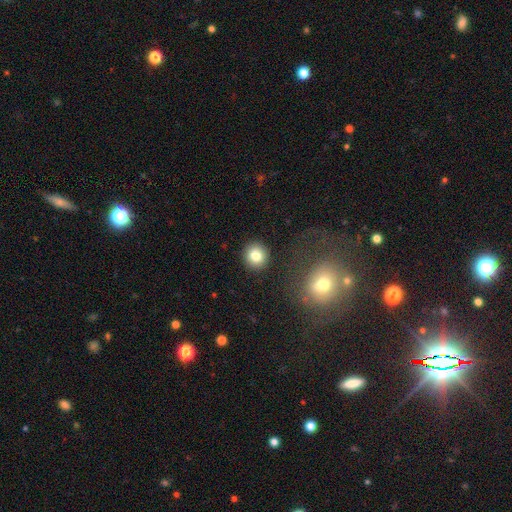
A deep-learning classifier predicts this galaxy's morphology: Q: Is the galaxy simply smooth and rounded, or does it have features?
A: smooth — 81%.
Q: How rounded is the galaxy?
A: round — 91%.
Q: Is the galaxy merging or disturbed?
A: none — 90%.